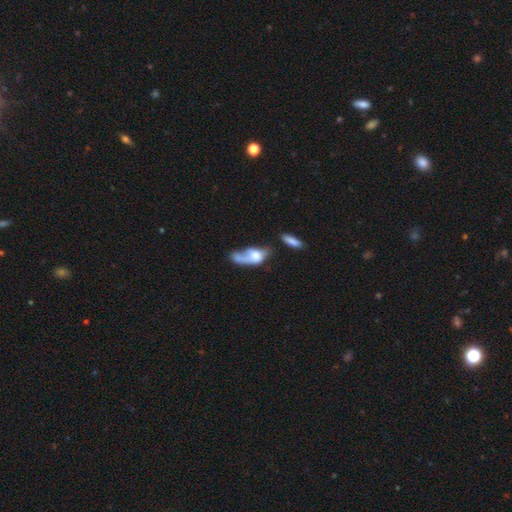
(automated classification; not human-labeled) Smooth or featured? Predicted: smooth (p=0.49). Merging? Predicted: major disturbance (p=0.38).